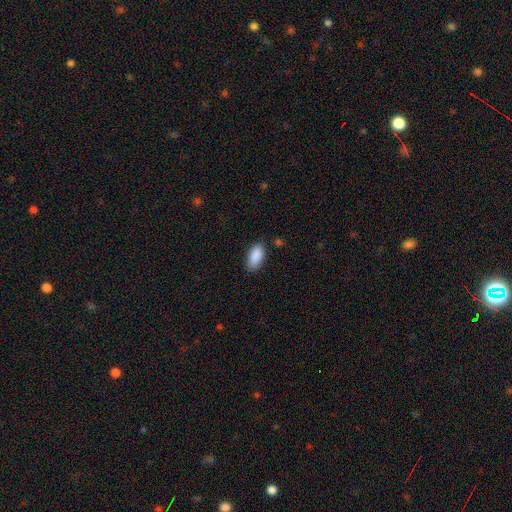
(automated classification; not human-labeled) Overall: smooth (90%). How rounded: in between (91%). Merging: none (83%).